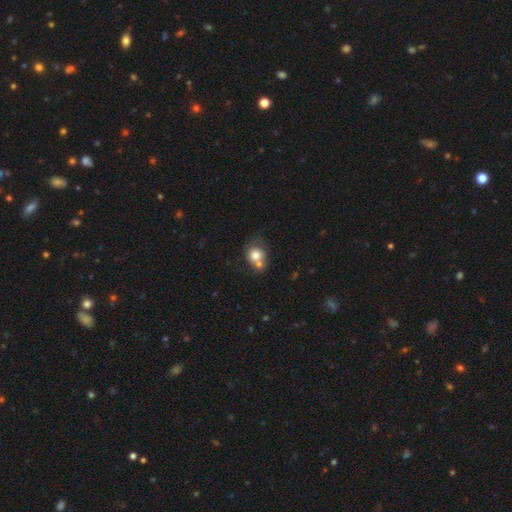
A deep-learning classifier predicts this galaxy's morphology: Smooth or featured: smooth — 76% (featured or disk — 14%)
How rounded: round — 66% (in between — 33%)
Merging: merger — 41% (none — 36%)